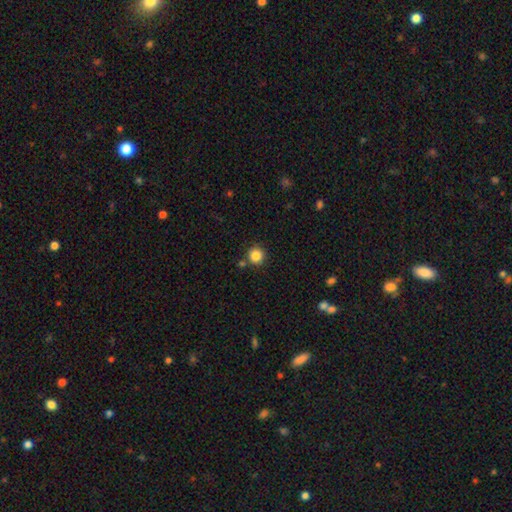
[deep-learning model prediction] A smooth galaxy with no disk features (86%) that is round (94%).

Vote fractions:
- Smooth or featured? smooth: 86% / star or artifact: 11% / featured or disk: 4%
- How rounded? round: 94% / in between: 5% / cigar-shaped: 1%
- Merging? none: 84% / minor disturbance: 7% / merger: 7% / major disturbance: 2%